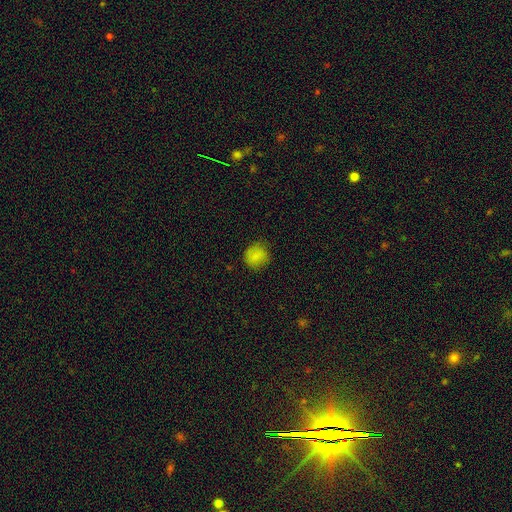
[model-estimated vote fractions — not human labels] This appears to be a smooth galaxy with no disk features (82%) that is round (86%). Merging: none (79%).